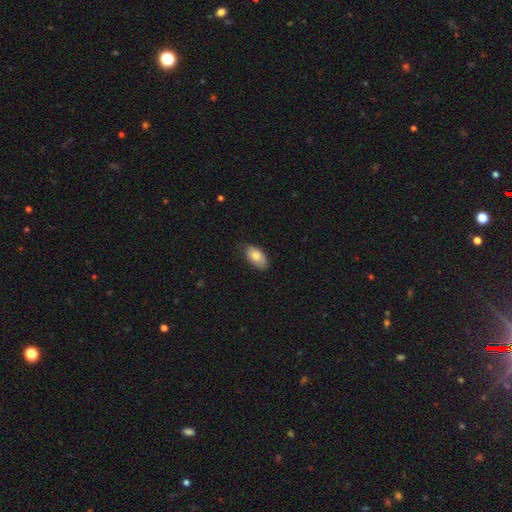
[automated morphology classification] smooth-or-featured: smooth: 78% | featured or disk: 15% | star or artifact: 7%
  how-rounded: in between: 94% | round: 4% | cigar-shaped: 2%
  merging: none: 76% | minor disturbance: 20% | major disturbance: 3% | merger: 1%